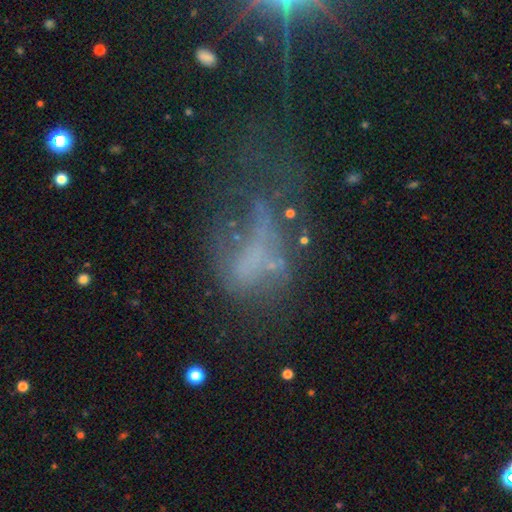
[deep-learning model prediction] A featured or disk galaxy (40%). Merging: major disturbance (52%).